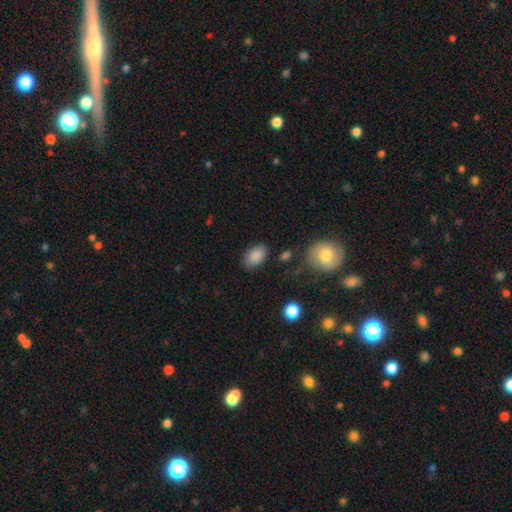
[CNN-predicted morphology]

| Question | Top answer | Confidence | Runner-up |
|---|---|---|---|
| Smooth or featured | smooth | 87% | star or artifact (8%) |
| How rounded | in between | 89% | round (10%) |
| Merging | none | 81% | minor disturbance (13%) |